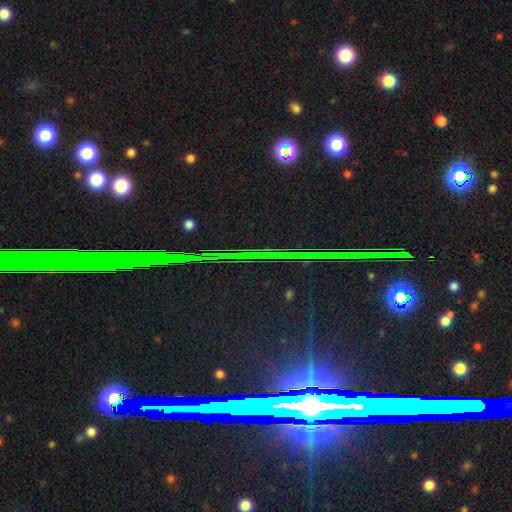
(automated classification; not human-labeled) Smooth or featured? star or artifact (76%)